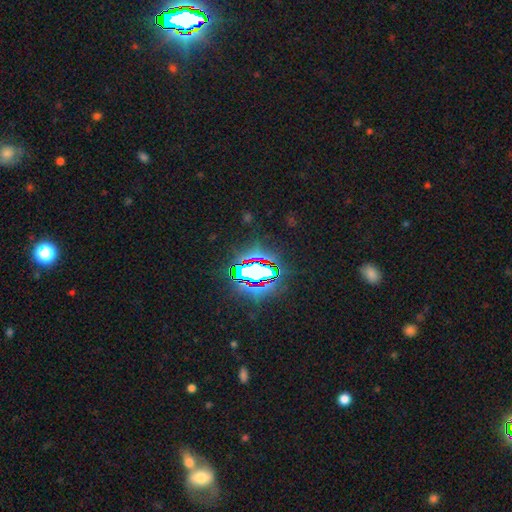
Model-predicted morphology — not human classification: Smooth or featured?
  - star or artifact: 83% *
  - smooth: 10%
  - featured or disk: 7%